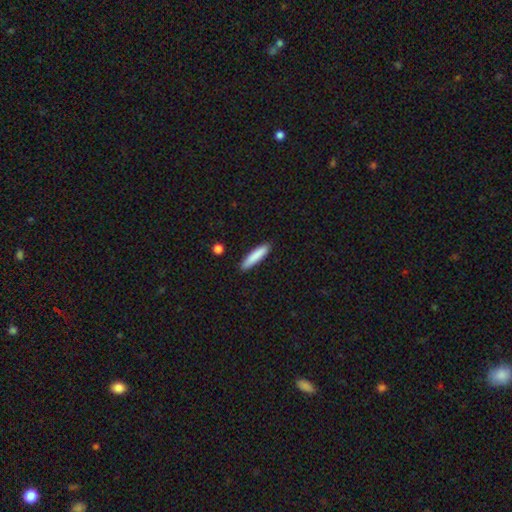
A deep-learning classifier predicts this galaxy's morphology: type=smooth (86%); roundness=cigar-shaped (85%); merging=none (90%).